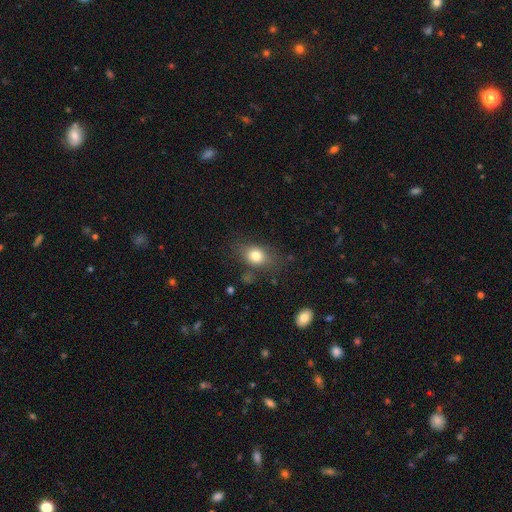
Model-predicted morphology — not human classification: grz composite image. It shows a smooth galaxy with no disk features (78%) that is in between round and cigar-shaped (64%). Merging: none (72%).